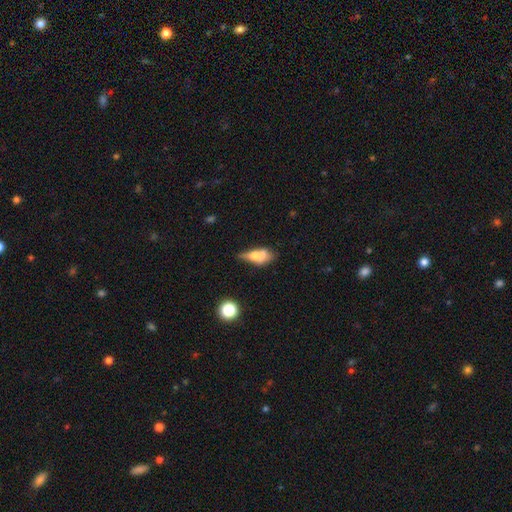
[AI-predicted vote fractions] Smooth or featured? smooth (57%)
How rounded? in between (73%)
Merging? none (29%)